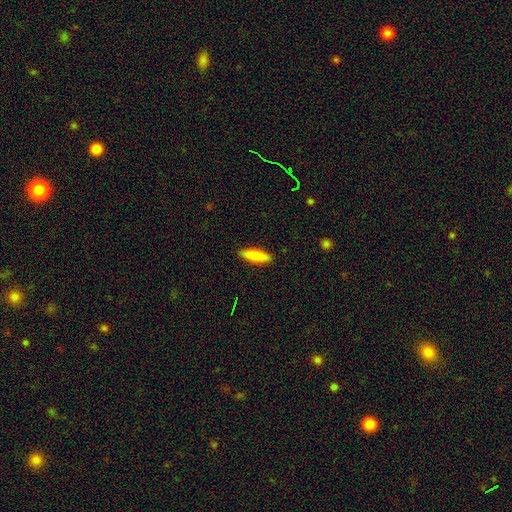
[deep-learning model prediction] This appears to be a smooth galaxy with no disk features (82%) that is cigar-shaped (61%). Merging: none (90%).